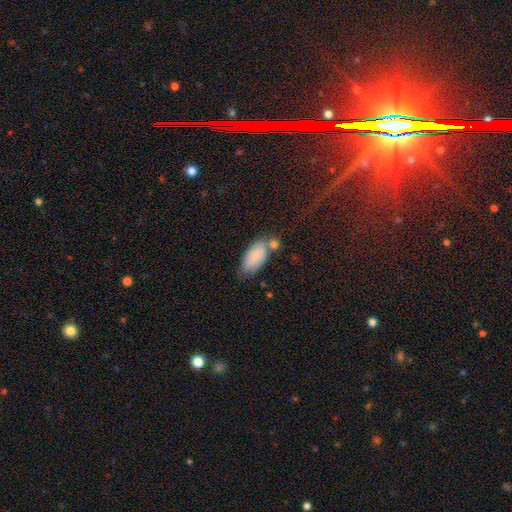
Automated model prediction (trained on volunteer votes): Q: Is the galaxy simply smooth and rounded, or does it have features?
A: smooth — 81%.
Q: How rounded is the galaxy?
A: in between — 92%.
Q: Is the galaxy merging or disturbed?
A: none — 54%.